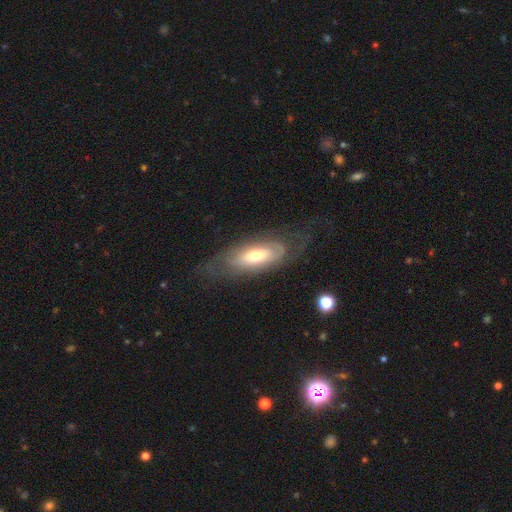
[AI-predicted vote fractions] Morphology: type=featured or disk (58%); edge-on=no (80%); merging=none (61%).